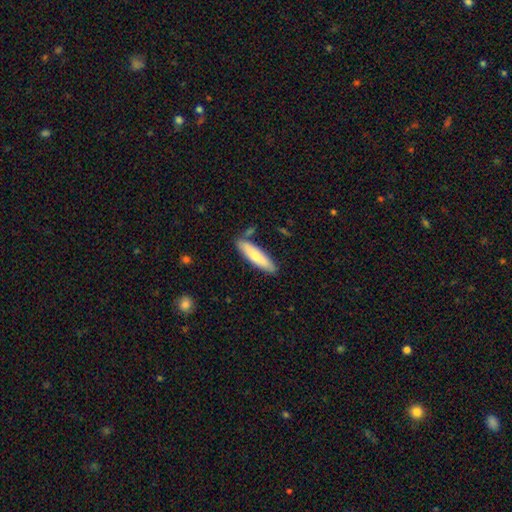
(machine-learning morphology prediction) Q: Smooth or featured?
A: smooth (75%); runner-up: featured or disk (19%)
Q: How rounded?
A: cigar-shaped (75%); runner-up: in between (23%)
Q: Merging?
A: none (82%); runner-up: minor disturbance (11%)